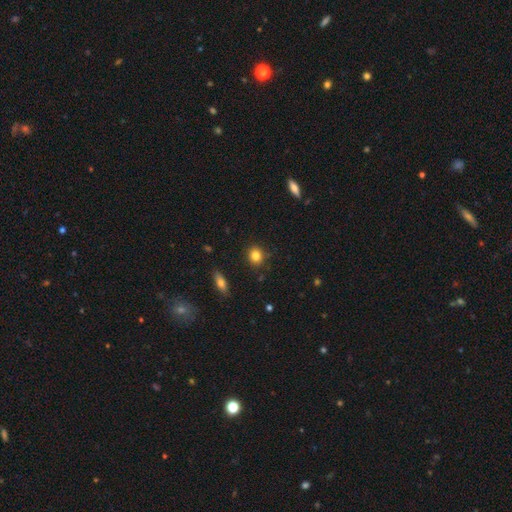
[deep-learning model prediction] smooth 84%, star or artifact 10%, featured or disk 6%. Down the decision tree: how rounded — round (77%); merging — none (87%).